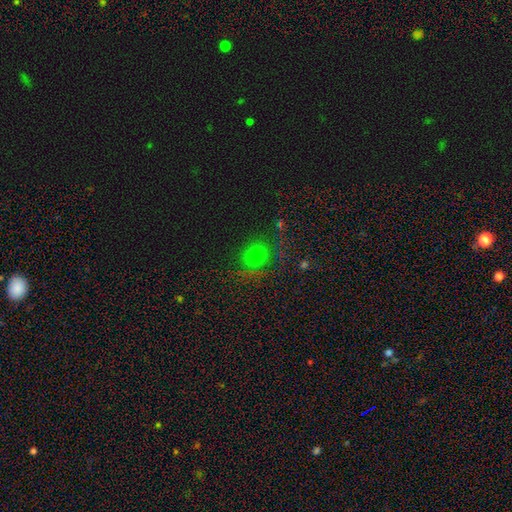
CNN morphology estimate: A smooth galaxy with no disk features (63%) that is round (86%). Merging: none (74%).